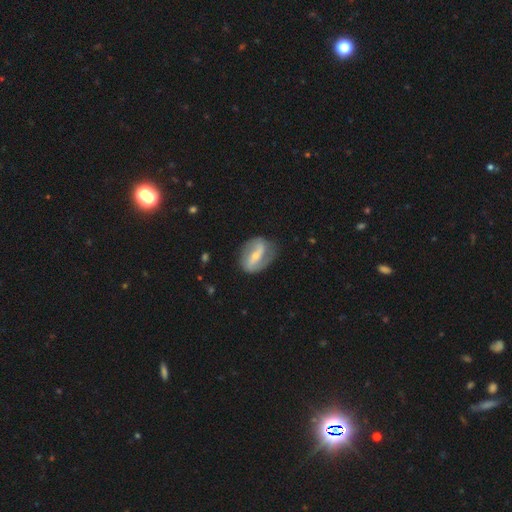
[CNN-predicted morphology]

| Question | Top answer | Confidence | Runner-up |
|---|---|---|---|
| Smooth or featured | featured or disk | 78% | smooth (17%) |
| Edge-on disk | no | 95% | yes (5%) |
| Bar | strong | 56% | weak (27%) |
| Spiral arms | yes | 83% | no (17%) |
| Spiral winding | loose | 44% | medium (35%) |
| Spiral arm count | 2 | 86% | can't tell (7%) |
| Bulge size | small | 59% | moderate (37%) |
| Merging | none | 75% | minor disturbance (17%) |